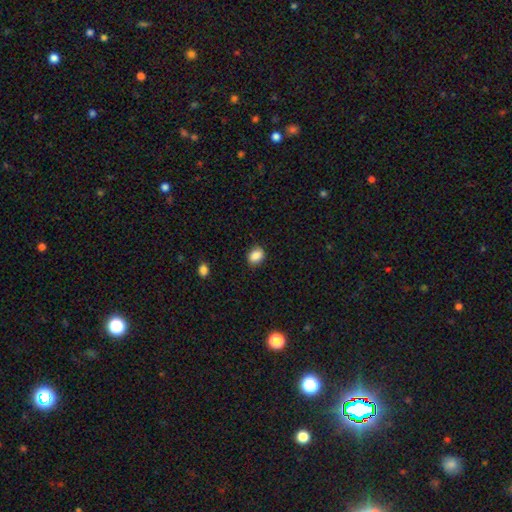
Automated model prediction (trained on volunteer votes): Smooth or featured?
  - smooth: 86% *
  - star or artifact: 9%
  - featured or disk: 5%
How rounded?
  - in between: 59% *
  - round: 40%
  - cigar-shaped: 1%
Merging?
  - none: 85% *
  - minor disturbance: 12%
  - major disturbance: 2%
  - merger: 1%